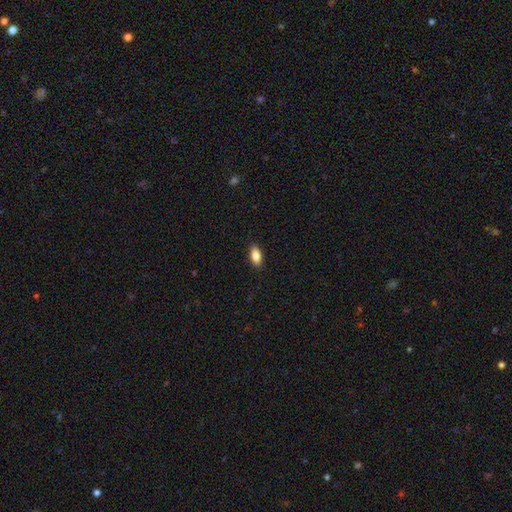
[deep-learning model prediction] Smooth or featured? smooth (85%)
How rounded? in between (89%)
Merging? none (89%)